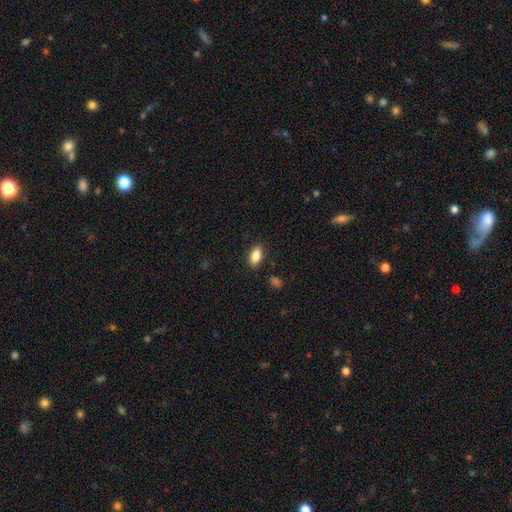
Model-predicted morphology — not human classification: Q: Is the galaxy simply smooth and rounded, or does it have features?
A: smooth — 86%.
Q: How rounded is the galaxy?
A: in between — 90%.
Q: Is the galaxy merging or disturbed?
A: none — 87%.